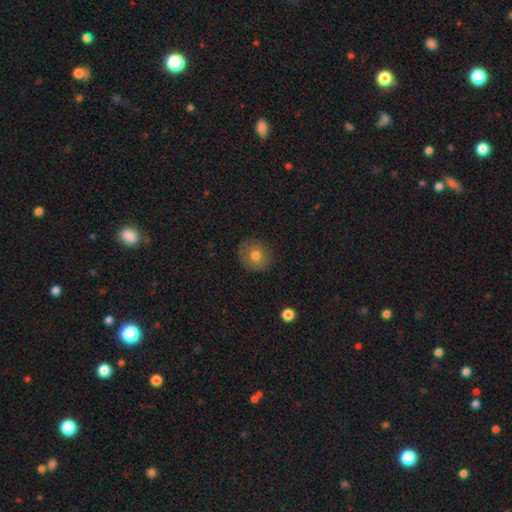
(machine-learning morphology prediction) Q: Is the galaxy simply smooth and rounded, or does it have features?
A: smooth — 72%.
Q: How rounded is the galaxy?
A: round — 87%.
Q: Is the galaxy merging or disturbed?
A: none — 85%.